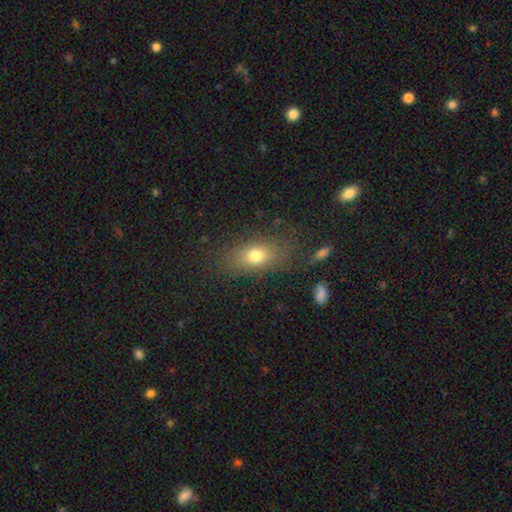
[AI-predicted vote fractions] Smooth or featured? smooth (75%)
How rounded? in between (77%)
Merging? none (77%)